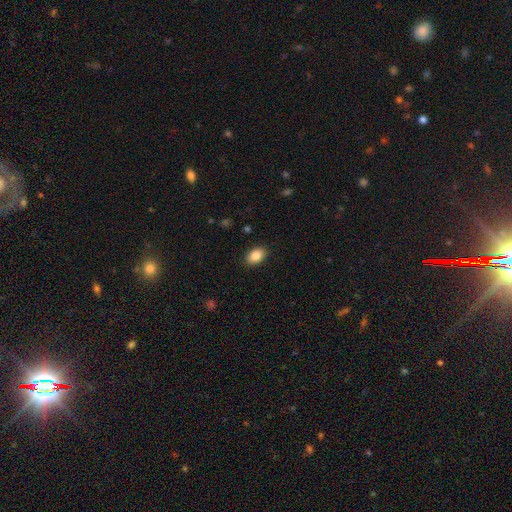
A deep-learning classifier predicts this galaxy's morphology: A smooth galaxy with no disk features (87%) that is in between round and cigar-shaped (87%).

Vote fractions:
- Smooth or featured? smooth: 87% / star or artifact: 8% / featured or disk: 6%
- How rounded? in between: 87% / round: 12% / cigar-shaped: 1%
- Merging? none: 89% / minor disturbance: 8% / major disturbance: 2% / merger: 1%